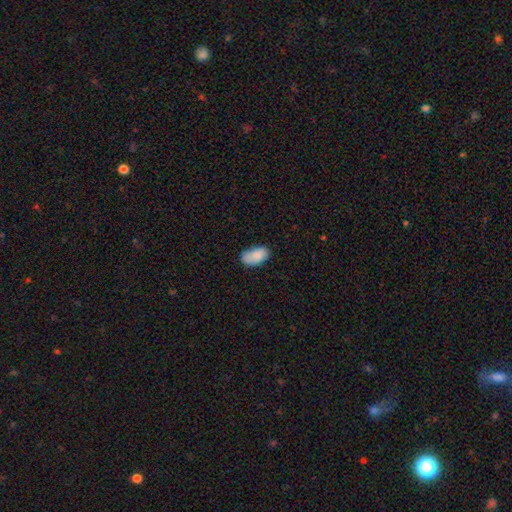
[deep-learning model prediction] A smooth galaxy with no disk features (87%) that is in between round and cigar-shaped (94%). Merging: none (68%).